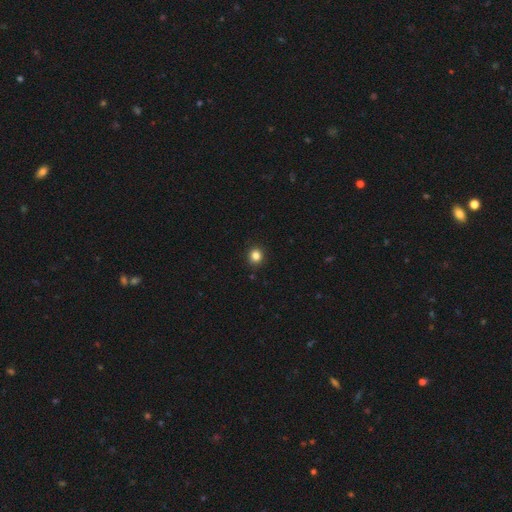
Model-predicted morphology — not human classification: smooth 84%, star or artifact 12%, featured or disk 4%. Down the decision tree: how rounded — round (89%); merging — none (92%).